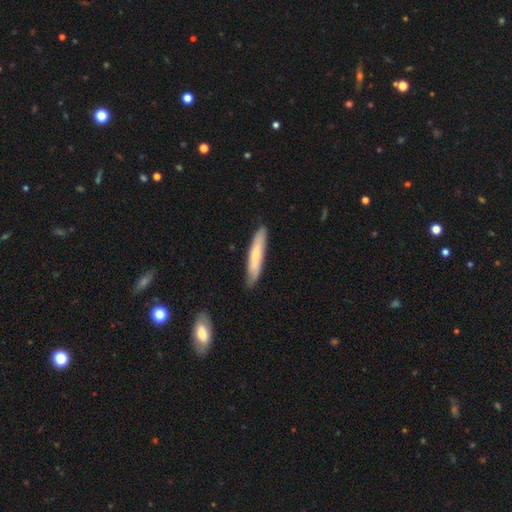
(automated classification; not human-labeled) Smooth or featured: smooth — 66% (featured or disk — 29%)
How rounded: cigar-shaped — 88% (in between — 11%)
Merging: none — 83% (minor disturbance — 14%)